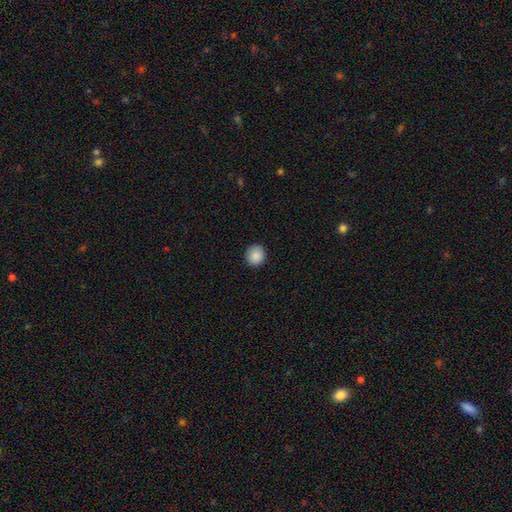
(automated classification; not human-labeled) Morphology: type=smooth (88%); roundness=round (90%); merging=none (91%).